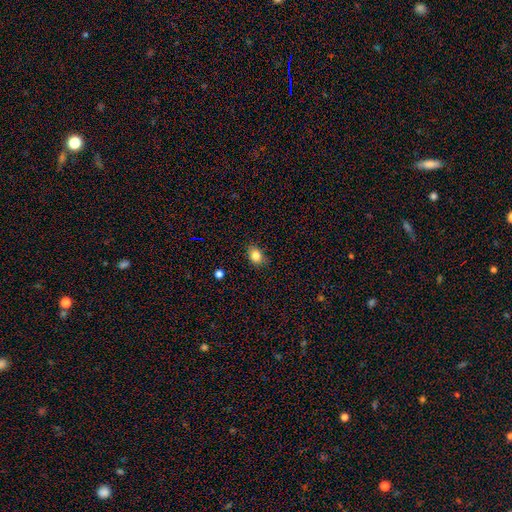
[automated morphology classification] Q: Smooth or featured?
A: smooth (83%); runner-up: star or artifact (10%)
Q: How rounded?
A: in between (65%); runner-up: round (34%)
Q: Merging?
A: none (83%); runner-up: minor disturbance (13%)